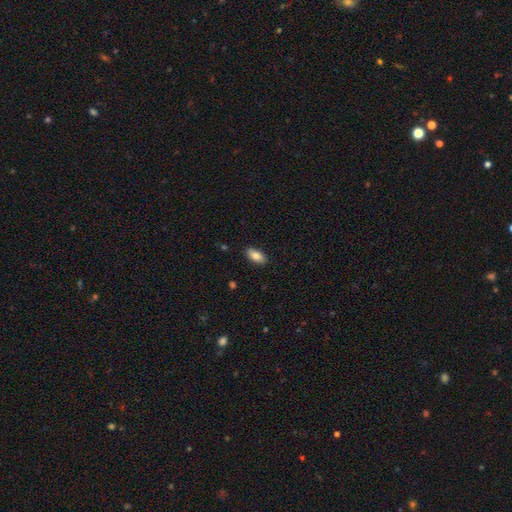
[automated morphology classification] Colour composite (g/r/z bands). It shows a smooth galaxy with no disk features (84%) that is in between round and cigar-shaped (90%). Merging: none (88%).